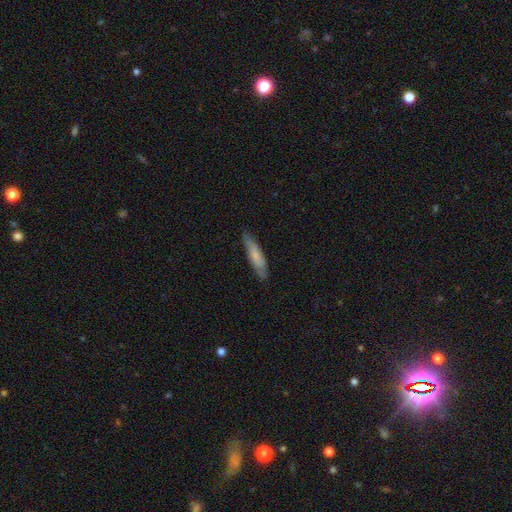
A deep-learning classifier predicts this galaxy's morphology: Smooth or featured? Predicted: smooth (p=0.66). How rounded? Predicted: cigar-shaped (p=0.74). Merging? Predicted: none (p=0.78).